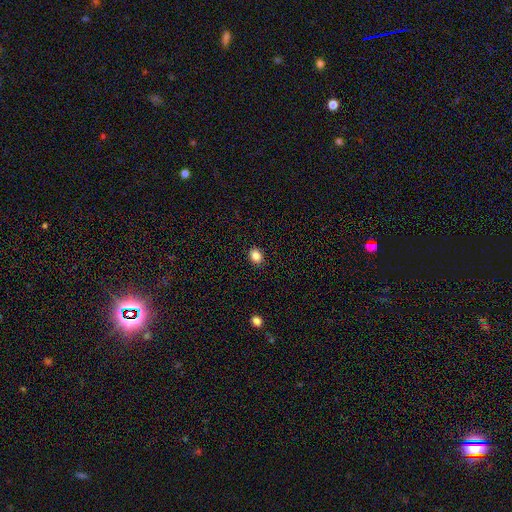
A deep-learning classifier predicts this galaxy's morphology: Smooth or featured? Predicted: smooth (p=0.86). How rounded? Predicted: in between (p=0.52). Merging? Predicted: none (p=0.89).